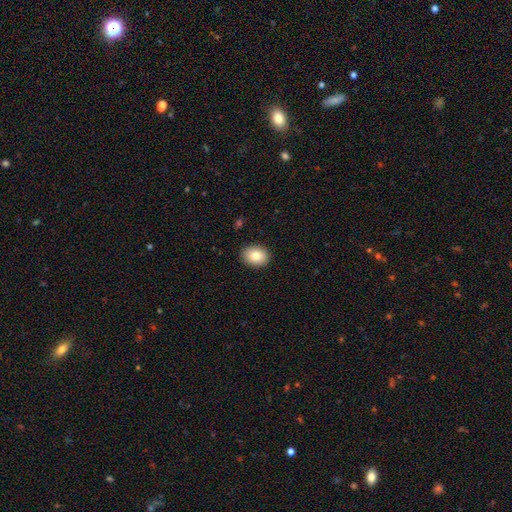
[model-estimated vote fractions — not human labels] smooth-or-featured: smooth: 83% | featured or disk: 9% | star or artifact: 8%
  how-rounded: in between: 62% | round: 37% | cigar-shaped: 1%
  merging: none: 90% | minor disturbance: 7% | major disturbance: 2% | merger: 1%